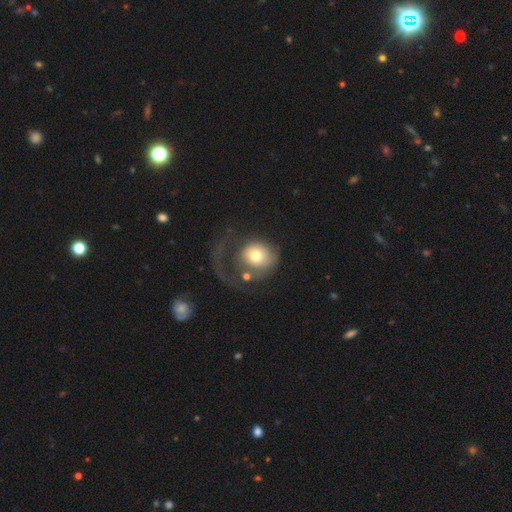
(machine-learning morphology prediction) Smooth or featured? smooth (61%)
How rounded? round (80%)
Merging? major disturbance (56%)